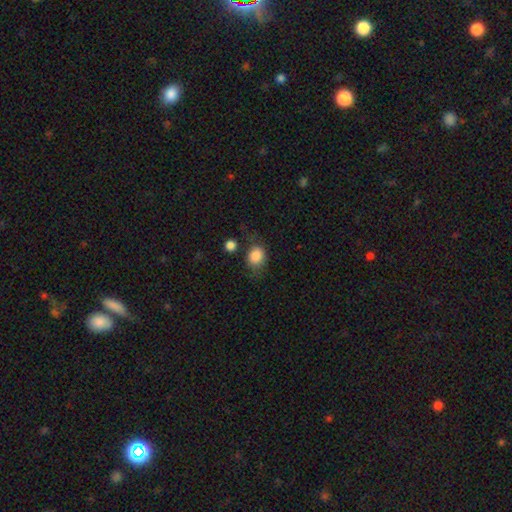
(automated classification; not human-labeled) A smooth galaxy with no disk features (84%) that is round (59%).

Vote fractions:
- Smooth or featured? smooth: 84% / star or artifact: 9% / featured or disk: 7%
- How rounded? round: 59% / in between: 40% / cigar-shaped: 1%
- Merging? none: 61% / minor disturbance: 21% / major disturbance: 10% / merger: 8%